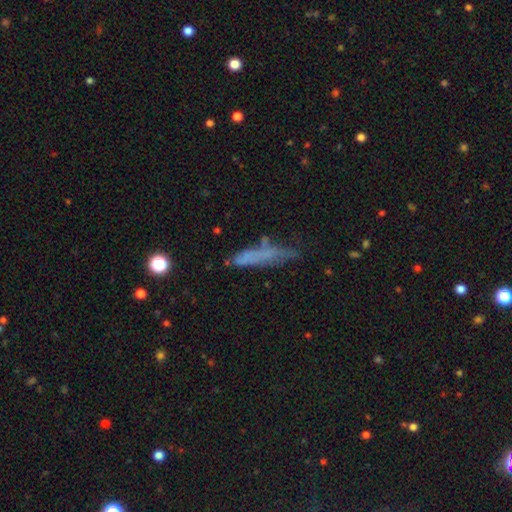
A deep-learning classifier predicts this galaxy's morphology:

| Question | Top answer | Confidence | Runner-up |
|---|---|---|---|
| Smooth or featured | smooth | 56% | featured or disk (32%) |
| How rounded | cigar-shaped | 83% | in between (15%) |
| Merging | none | 56% | minor disturbance (26%) |